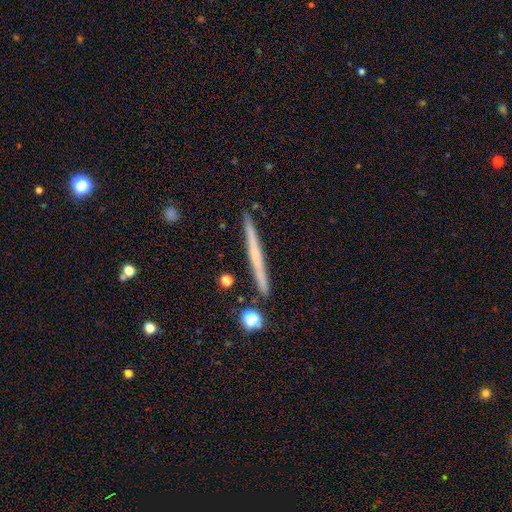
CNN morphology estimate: Smooth or featured?
  - featured or disk: 47% *
  - smooth: 46%
  - star or artifact: 7%
Merging?
  - none: 90% *
  - minor disturbance: 7%
  - merger: 2%
  - major disturbance: 1%